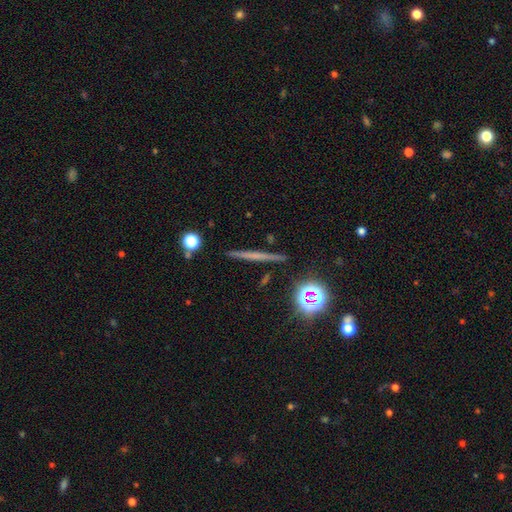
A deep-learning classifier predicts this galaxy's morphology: Smooth or featured? Predicted: featured or disk (p=0.50). Merging? Predicted: none (p=0.91).